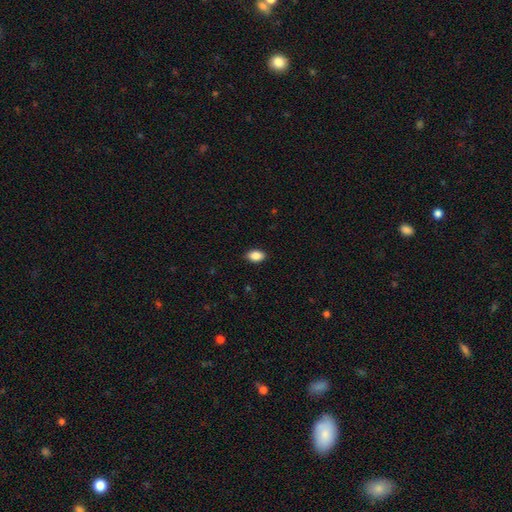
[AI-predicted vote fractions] Q: Smooth or featured?
A: smooth (88%); runner-up: star or artifact (7%)
Q: How rounded?
A: in between (90%); runner-up: round (8%)
Q: Merging?
A: none (89%); runner-up: minor disturbance (8%)